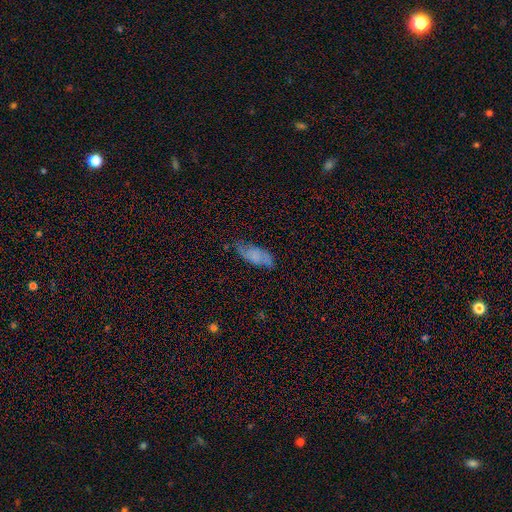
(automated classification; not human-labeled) The model was most divided on "smooth or featured": smooth: 60%, featured or disk: 31%, star or artifact: 9%. More confident: how rounded — in between (81%); merging — none (64%).